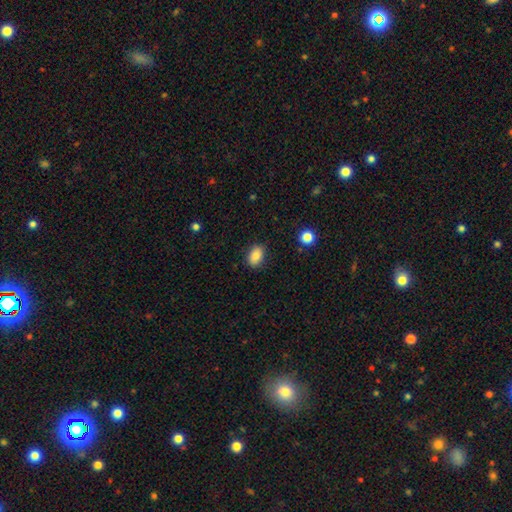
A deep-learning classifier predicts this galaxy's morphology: smooth-or-featured: smooth: 86% | star or artifact: 9% | featured or disk: 5%
  how-rounded: in between: 81% | round: 17% | cigar-shaped: 1%
  merging: none: 84% | minor disturbance: 12% | major disturbance: 3% | merger: 1%